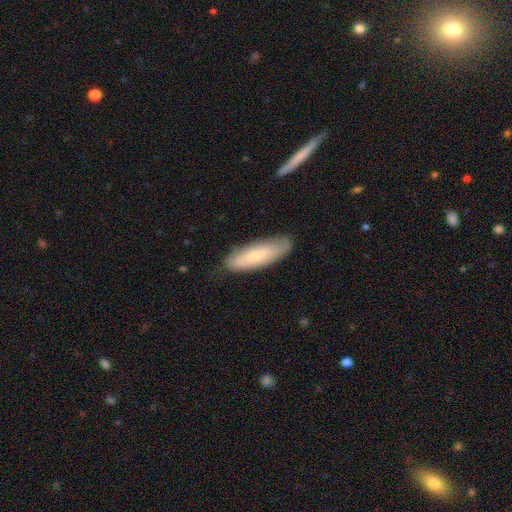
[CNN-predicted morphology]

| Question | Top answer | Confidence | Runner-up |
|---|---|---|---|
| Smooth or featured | smooth | 68% | featured or disk (26%) |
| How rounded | in between | 50% | cigar-shaped (49%) |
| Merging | none | 78% | minor disturbance (17%) |